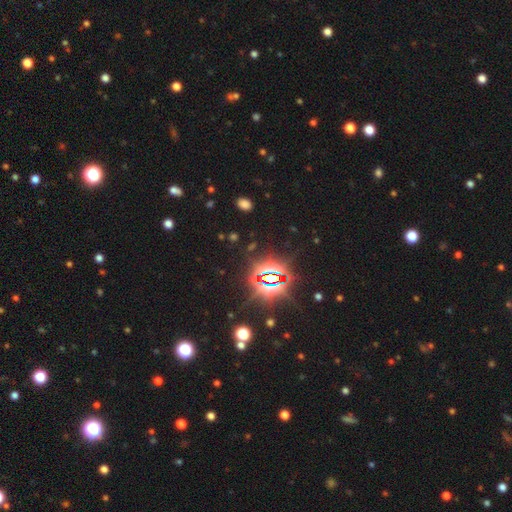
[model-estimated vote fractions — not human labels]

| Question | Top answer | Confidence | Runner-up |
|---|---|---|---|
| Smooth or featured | star or artifact | 84% | smooth (9%) |